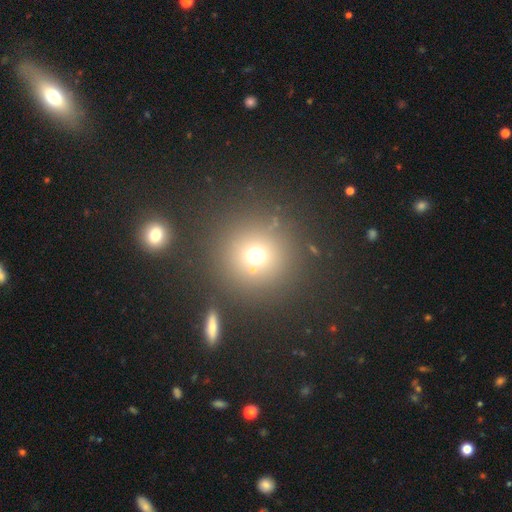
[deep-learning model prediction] Smooth or featured? Predicted: smooth (p=0.65). How rounded? Predicted: round (p=0.93). Merging? Predicted: none (p=0.77).